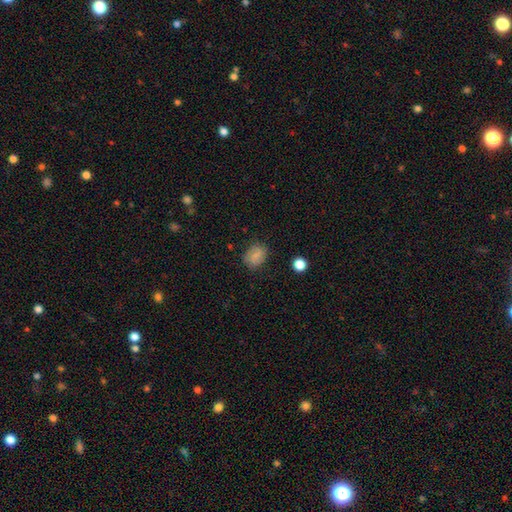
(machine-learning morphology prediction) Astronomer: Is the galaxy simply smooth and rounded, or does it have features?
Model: smooth — 66%.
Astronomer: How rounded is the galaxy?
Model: in between — 51% (runner-up: round, 48%).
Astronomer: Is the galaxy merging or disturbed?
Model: none — 77%.